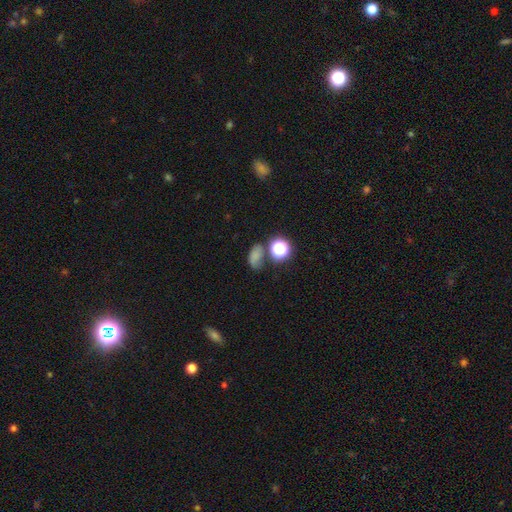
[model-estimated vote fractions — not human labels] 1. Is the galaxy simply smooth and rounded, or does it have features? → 68% smooth, 22% star or artifact, 10% featured or disk.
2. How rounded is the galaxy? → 72% in between, 25% round, 3% cigar-shaped.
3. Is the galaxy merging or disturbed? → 53% none, 21% minor disturbance, 15% merger, 11% major disturbance.